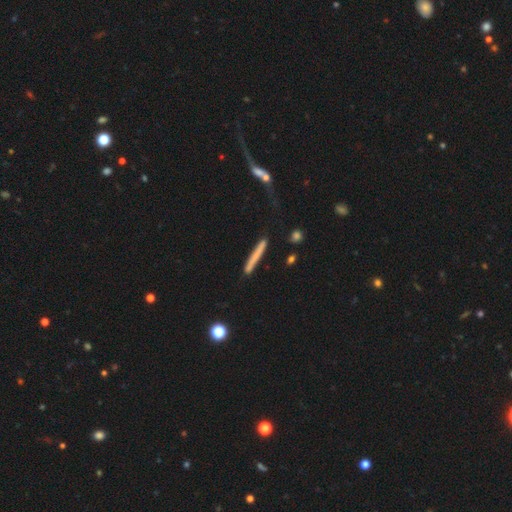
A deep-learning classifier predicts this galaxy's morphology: A smooth galaxy with no disk features (65%) that is cigar-shaped (96%).

Vote fractions:
- Smooth or featured? smooth: 65% / featured or disk: 28% / star or artifact: 7%
- How rounded? cigar-shaped: 96% / in between: 2% / round: 2%
- Merging? none: 81% / minor disturbance: 13% / merger: 4% / major disturbance: 3%